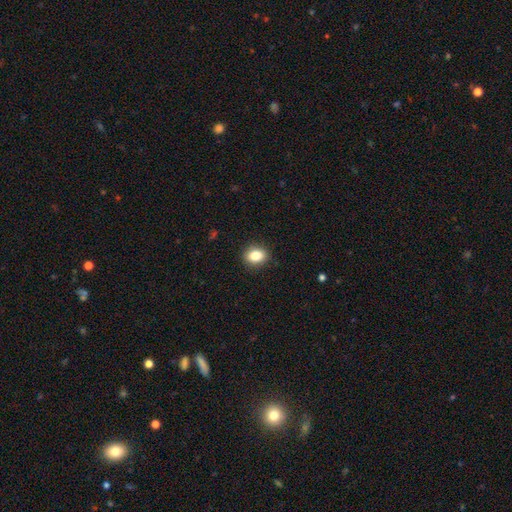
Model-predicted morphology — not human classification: Smooth or featured? Predicted: smooth (p=0.84). How rounded? Predicted: in between (p=0.54). Merging? Predicted: none (p=0.89).